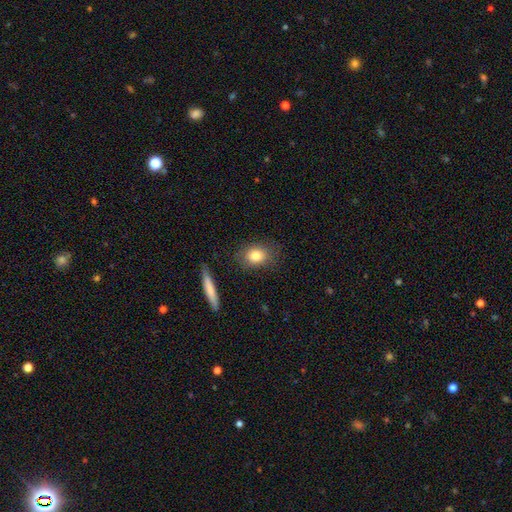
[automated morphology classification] The model was most divided on "how rounded": in between: 56%, round: 41%, cigar-shaped: 3%. More confident: smooth or featured — smooth (81%); merging — none (81%).